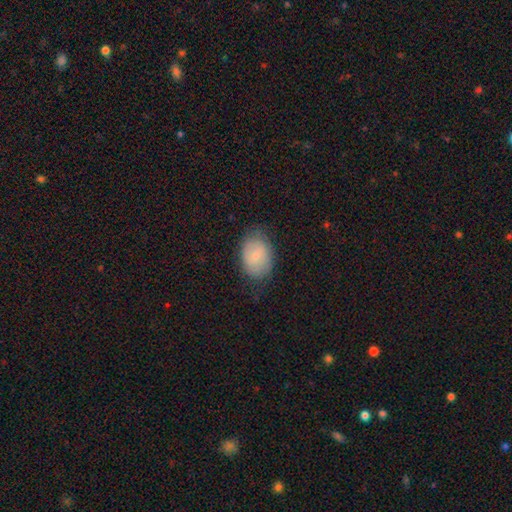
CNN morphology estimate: Q: Smooth or featured?
A: smooth (70%); runner-up: featured or disk (23%)
Q: How rounded?
A: in between (78%); runner-up: round (20%)
Q: Merging?
A: none (75%); runner-up: minor disturbance (19%)